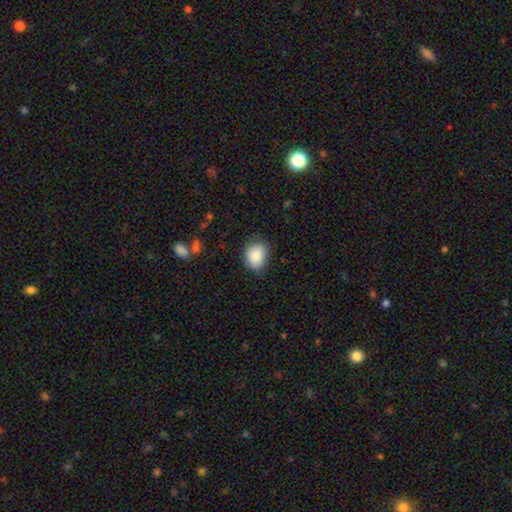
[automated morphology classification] Smooth or featured? smooth (86%)
How rounded? in between (51%)
Merging? none (79%)